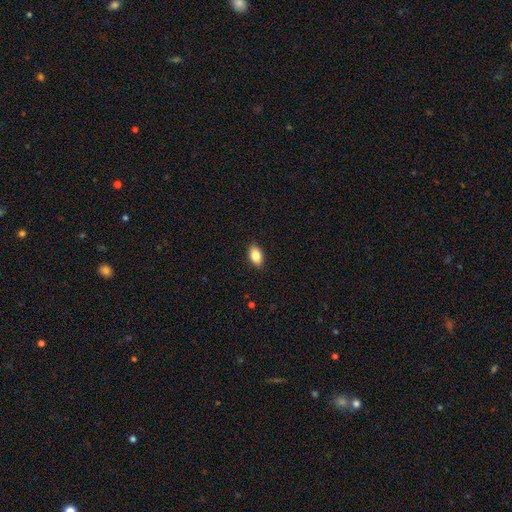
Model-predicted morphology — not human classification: smooth 83%, featured or disk 10%, star or artifact 8%. Down the decision tree: how rounded — in between (89%); merging — none (87%).